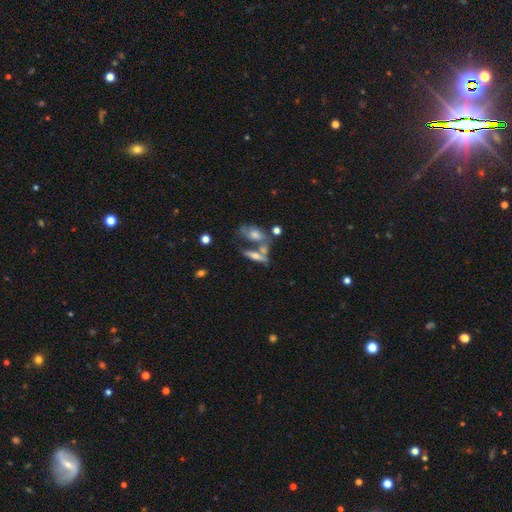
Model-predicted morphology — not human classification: The model was most divided on "merging": none: 42%, merger: 38%, minor disturbance: 13%, major disturbance: 7%. Remaining: smooth or featured — smooth (47%).